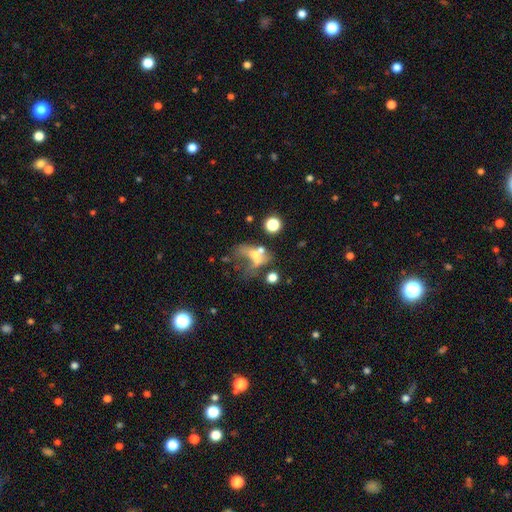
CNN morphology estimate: Smooth or featured?
  - featured or disk: 41% *
  - smooth: 39%
  - star or artifact: 20%
Merging?
  - major disturbance: 34% *
  - merger: 33%
  - none: 21%
  - minor disturbance: 12%